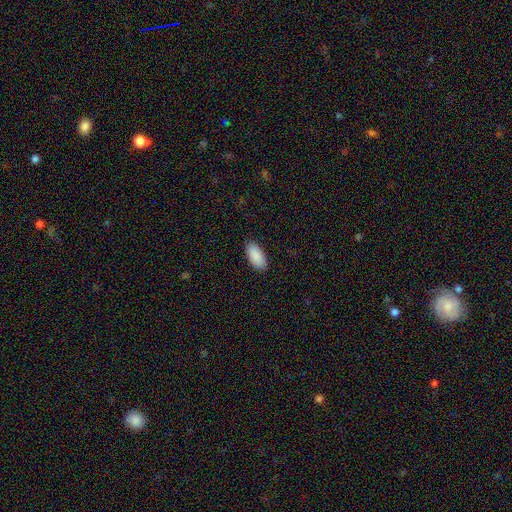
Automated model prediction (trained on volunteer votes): A smooth galaxy with no disk features (91%) that is in between round and cigar-shaped (93%). Merging: none (89%).